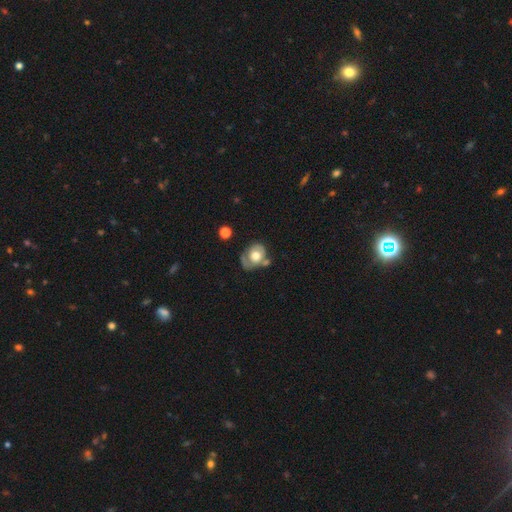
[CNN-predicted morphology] smooth-or-featured: smooth: 48% | featured or disk: 45% | star or artifact: 7%
  merging: none: 43% | minor disturbance: 26% | merger: 16% | major disturbance: 14%